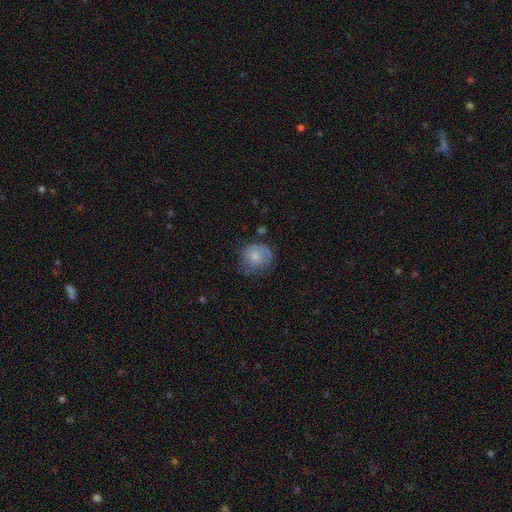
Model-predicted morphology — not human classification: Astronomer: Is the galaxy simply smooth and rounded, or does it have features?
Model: smooth — 75%.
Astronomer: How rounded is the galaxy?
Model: round — 76%.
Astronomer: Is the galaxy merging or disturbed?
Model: none — 52% (runner-up: minor disturbance, 30%).